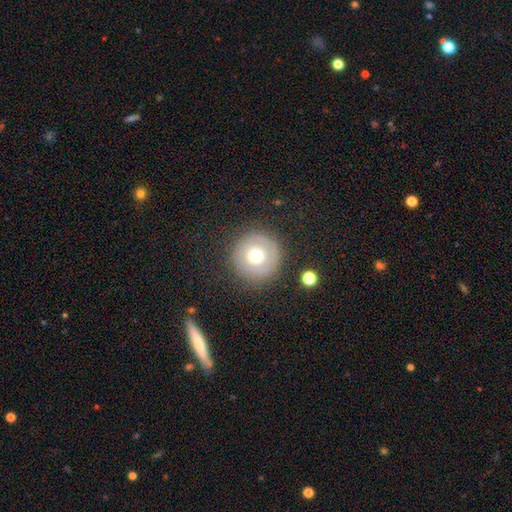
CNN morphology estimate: This appears to be a smooth galaxy with no disk features (61%) that is round (96%). Merging: none (84%).